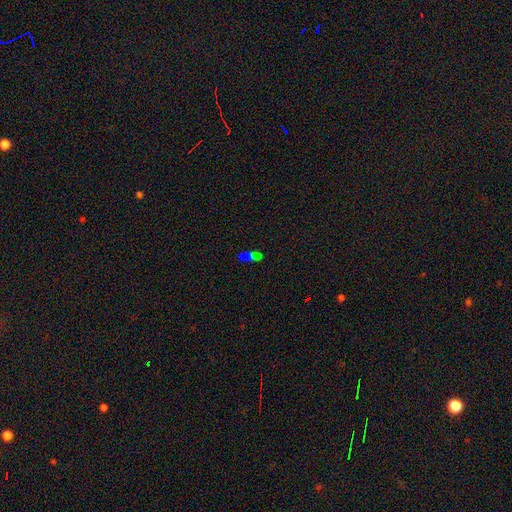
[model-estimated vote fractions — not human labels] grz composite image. It shows a smooth galaxy with no disk features (64%) that is cigar-shaped (55%). Merging: none (68%).